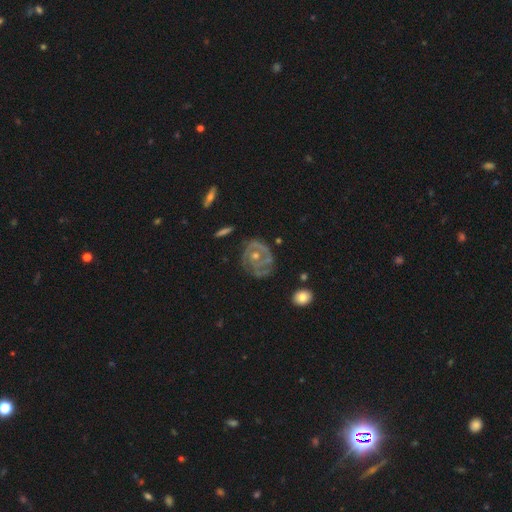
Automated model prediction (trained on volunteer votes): smooth-or-featured: featured or disk: 82% | smooth: 10% | star or artifact: 8%
  disk-edge-on: no: 97% | yes: 3%
    bar: no: 73% | weak: 22% | strong: 5%
    has-spiral-arms: yes: 90% | no: 10%
      spiral-winding: tight: 63% | medium: 29% | loose: 8%
      spiral-arm-count: 2: 40% | can't tell: 25% | 3: 19% | 1: 7% | 4: 5% | more than 4: 4%
    bulge-size: small: 50% | moderate: 45% | none: 2% | large: 2% | dominant: 1%
  merging: none: 71% | minor disturbance: 19% | major disturbance: 8% | merger: 2%